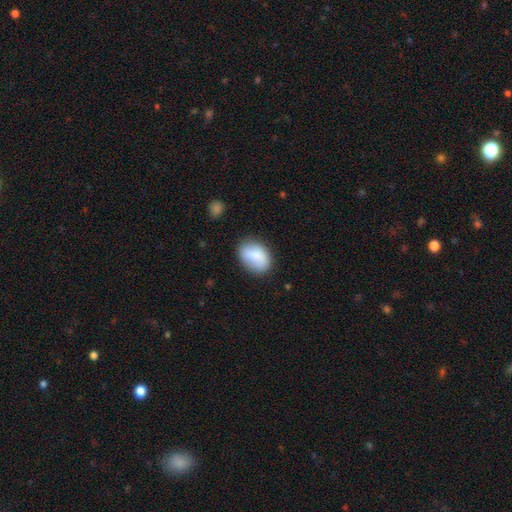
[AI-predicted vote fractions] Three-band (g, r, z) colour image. It shows a smooth galaxy with no disk features (83%) that is in between round and cigar-shaped (78%). Merging: none (73%).